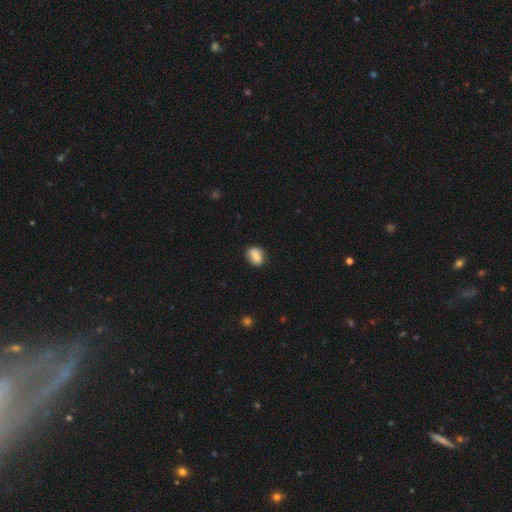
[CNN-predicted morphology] Smooth or featured?
  - smooth: 83% *
  - featured or disk: 10%
  - star or artifact: 8%
How rounded?
  - in between: 63% *
  - round: 35%
  - cigar-shaped: 2%
Merging?
  - none: 77% *
  - minor disturbance: 17%
  - major disturbance: 4%
  - merger: 3%